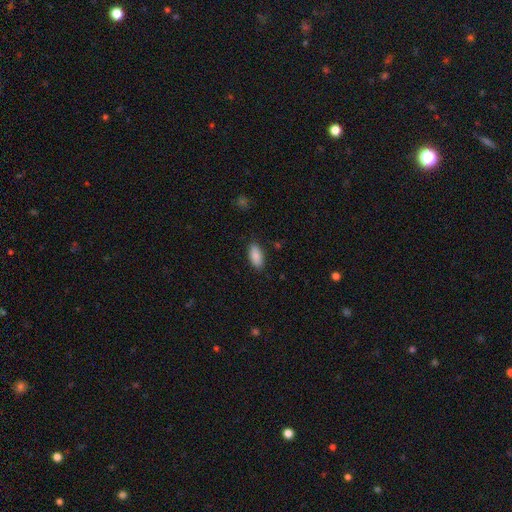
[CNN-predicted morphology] smooth-or-featured: smooth: 89% | star or artifact: 6% | featured or disk: 5%
  how-rounded: in between: 90% | cigar-shaped: 8% | round: 2%
  merging: none: 86% | minor disturbance: 10% | major disturbance: 2% | merger: 1%